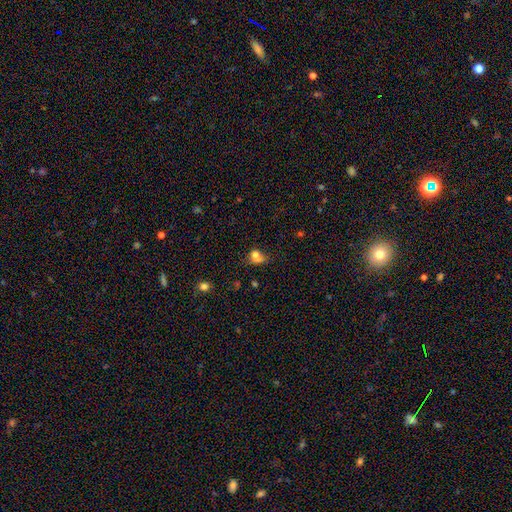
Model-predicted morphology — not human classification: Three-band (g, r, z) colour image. It shows a smooth galaxy with no disk features (72%) that is round (57%). Merging: none (32%).